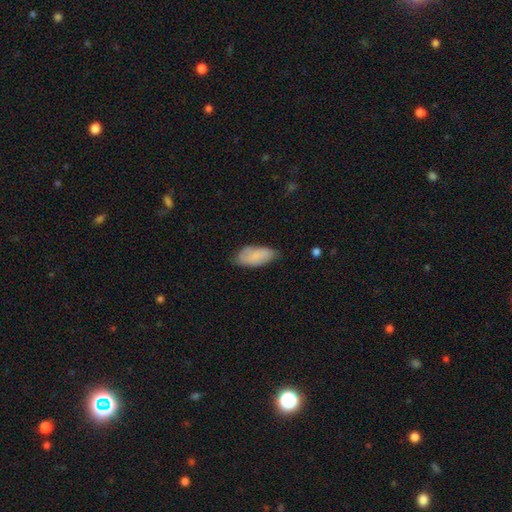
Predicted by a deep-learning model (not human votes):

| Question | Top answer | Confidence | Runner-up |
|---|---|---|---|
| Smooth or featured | smooth | 78% | featured or disk (15%) |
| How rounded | in between | 90% | cigar-shaped (8%) |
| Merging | none | 65% | minor disturbance (28%) |